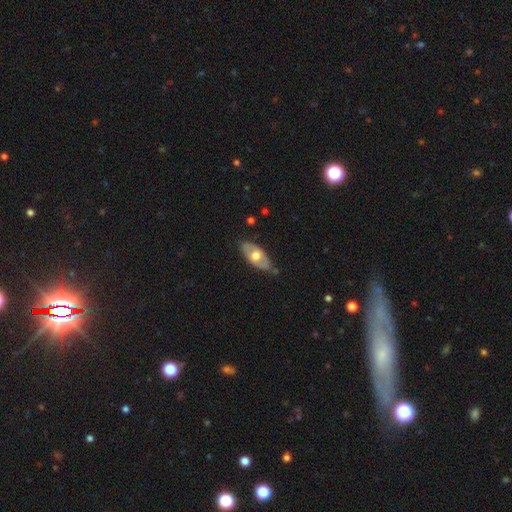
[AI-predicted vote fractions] smooth_or_featured: smooth (p=0.50) [alt: featured or disk p=0.45]
merging: none (p=0.71) [alt: minor disturbance p=0.22]